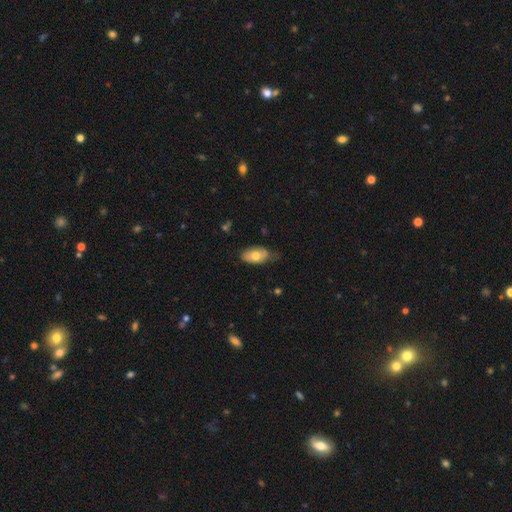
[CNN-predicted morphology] smooth_or_featured: smooth (p=0.69) [alt: featured or disk p=0.25]
how_rounded: in between (p=0.92) [alt: round p=0.05]
merging: none (p=0.54) [alt: minor disturbance p=0.36]